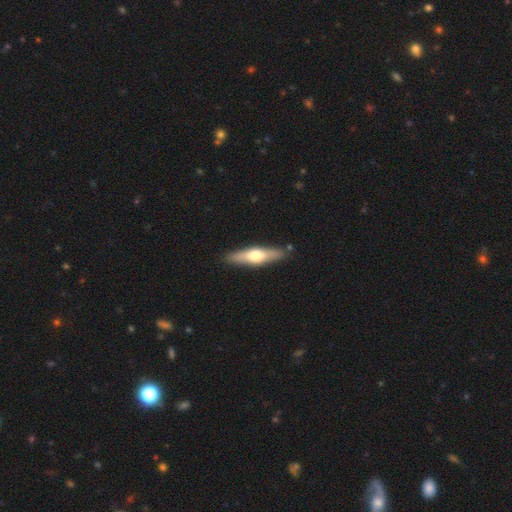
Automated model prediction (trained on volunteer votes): Smooth or featured?
  - featured or disk: 52% *
  - smooth: 43%
  - star or artifact: 5%
Edge-on disk?
  - yes: 91% *
  - no: 9%
Merging?
  - none: 87% *
  - minor disturbance: 9%
  - merger: 2%
  - major disturbance: 2%